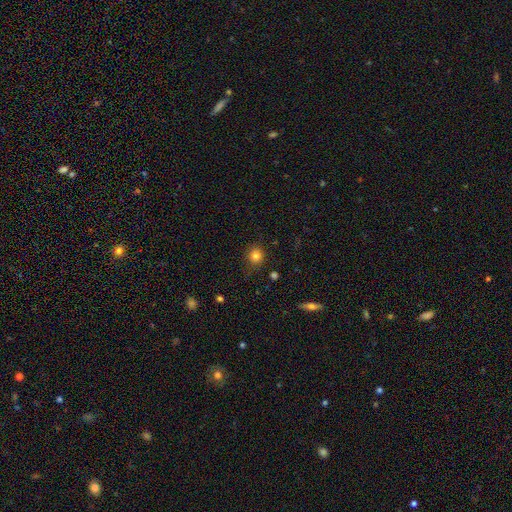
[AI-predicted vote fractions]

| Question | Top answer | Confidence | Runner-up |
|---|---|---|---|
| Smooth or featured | smooth | 81% | star or artifact (13%) |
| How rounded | round | 89% | in between (10%) |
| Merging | none | 86% | minor disturbance (10%) |